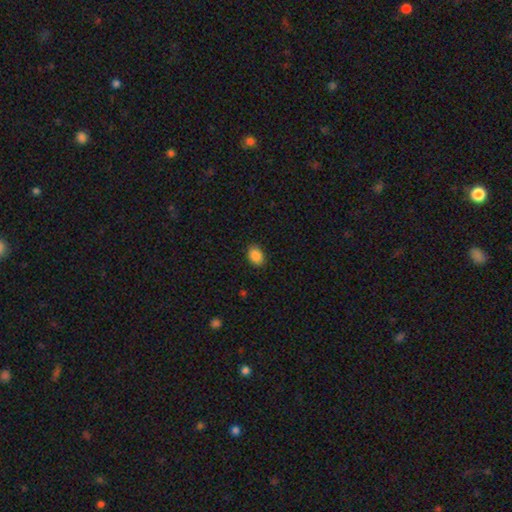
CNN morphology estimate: Smooth or featured?
  - smooth: 89% *
  - star or artifact: 8%
  - featured or disk: 3%
How rounded?
  - in between: 79% *
  - round: 20%
  - cigar-shaped: 1%
Merging?
  - none: 88% *
  - minor disturbance: 9%
  - major disturbance: 2%
  - merger: 1%